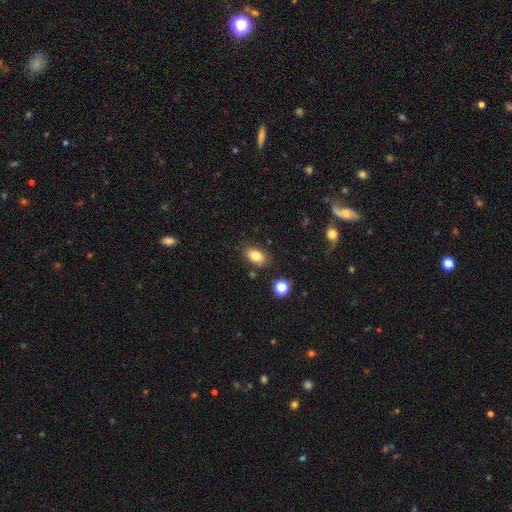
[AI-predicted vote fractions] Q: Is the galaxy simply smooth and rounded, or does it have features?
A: smooth — 83%.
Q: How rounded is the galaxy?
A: in between — 88%.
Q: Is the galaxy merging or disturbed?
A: none — 79%.